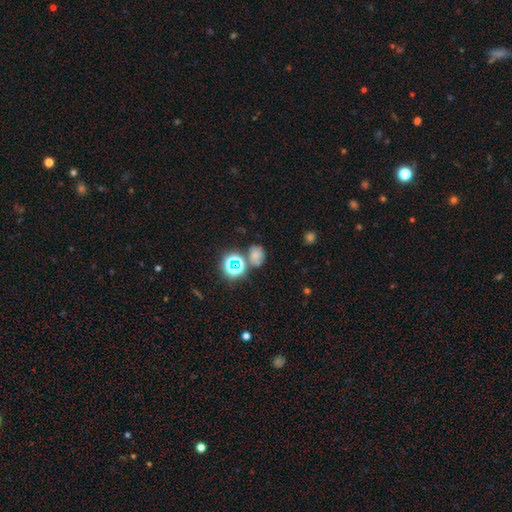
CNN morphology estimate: smooth-or-featured: smooth: 60% | star or artifact: 30% | featured or disk: 10%
  how-rounded: round: 63% | in between: 36% | cigar-shaped: 1%
  merging: none: 59% | merger: 20% | minor disturbance: 14% | major disturbance: 6%